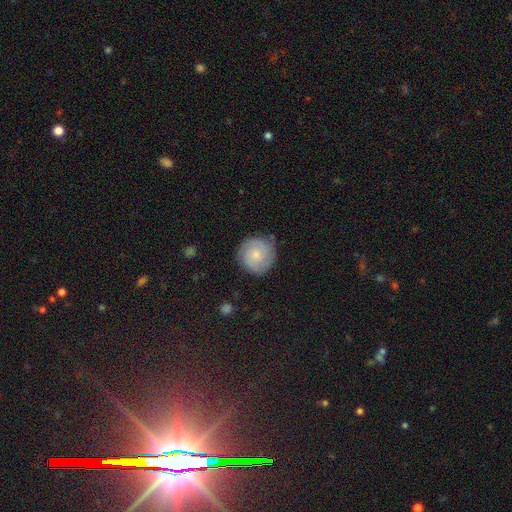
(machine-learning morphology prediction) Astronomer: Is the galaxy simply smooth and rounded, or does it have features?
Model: smooth — 52% (runner-up: featured or disk, 41%).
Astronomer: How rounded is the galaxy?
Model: round — 93%.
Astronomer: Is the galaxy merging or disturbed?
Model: none — 79%.